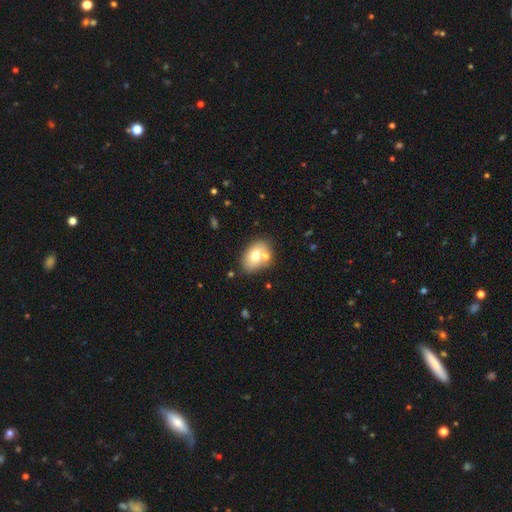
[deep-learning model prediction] Morphology: type=smooth (69%); roundness=in between (76%); merging=none (59%).